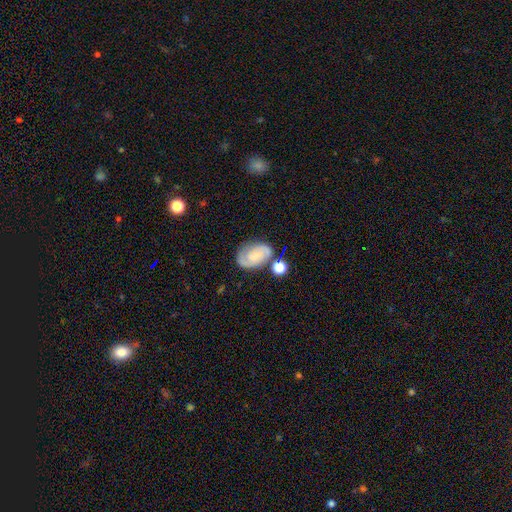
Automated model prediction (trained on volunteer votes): Smooth or featured?
  - featured or disk: 54% *
  - smooth: 37%
  - star or artifact: 9%
Edge-on disk?
  - no: 97% *
  - yes: 3%
Bar?
  - no: 62% *
  - weak: 32%
  - strong: 7%
Spiral arms?
  - yes: 87% *
  - no: 13%
Bulge size?
  - small: 45% *
  - none: 30%
  - moderate: 18%
  - large: 5%
  - dominant: 2%
Merging?
  - none: 61% *
  - minor disturbance: 20%
  - merger: 12%
  - major disturbance: 7%